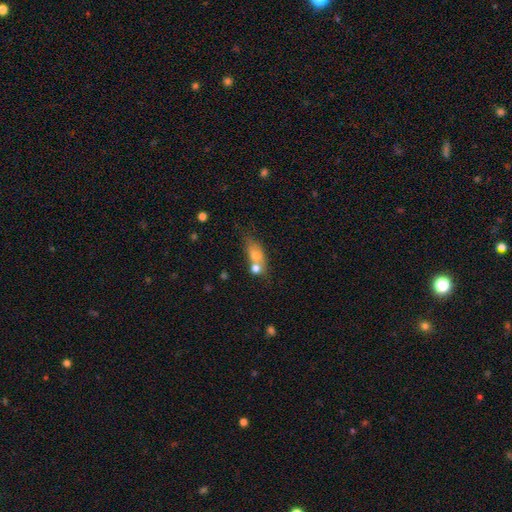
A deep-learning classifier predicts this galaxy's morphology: type=smooth (66%); roundness=in between (67%); merging=none (40%).